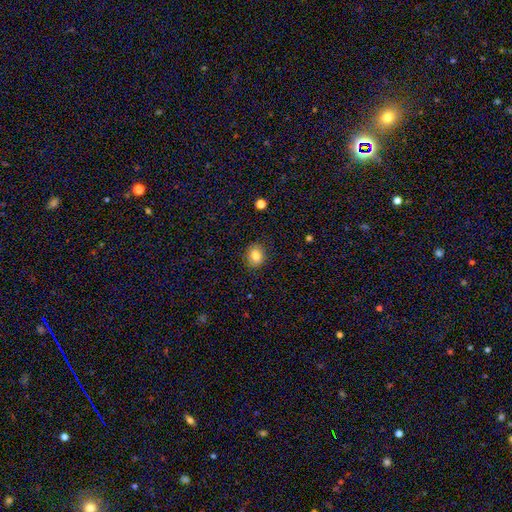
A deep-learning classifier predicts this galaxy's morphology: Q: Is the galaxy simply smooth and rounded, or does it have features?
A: smooth — 81%.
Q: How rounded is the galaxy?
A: round — 58%.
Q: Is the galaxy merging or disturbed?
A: none — 85%.